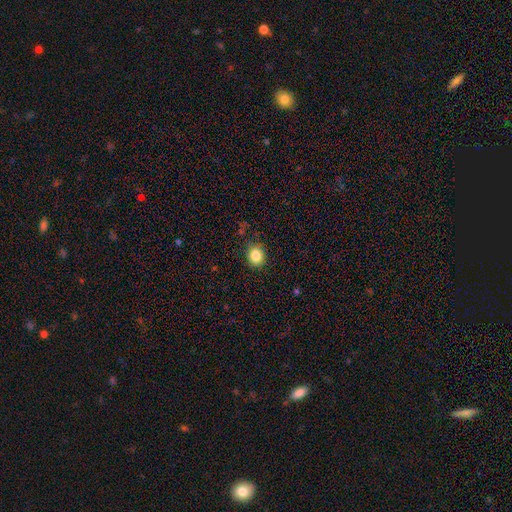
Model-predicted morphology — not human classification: A smooth galaxy with no disk features (85%) that is round (70%).

Vote fractions:
- Smooth or featured? smooth: 85% / star or artifact: 10% / featured or disk: 5%
- How rounded? round: 70% / in between: 30% / cigar-shaped: 1%
- Merging? none: 83% / minor disturbance: 12% / major disturbance: 3% / merger: 1%